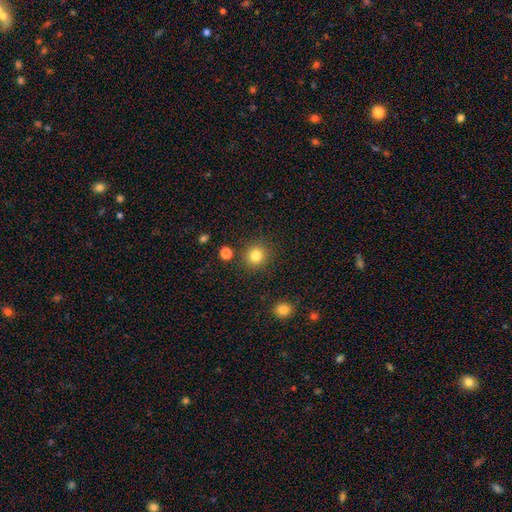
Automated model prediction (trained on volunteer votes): Smooth or featured: smooth — 83% (star or artifact — 12%)
How rounded: round — 91% (in between — 9%)
Merging: none — 87% (minor disturbance — 7%)